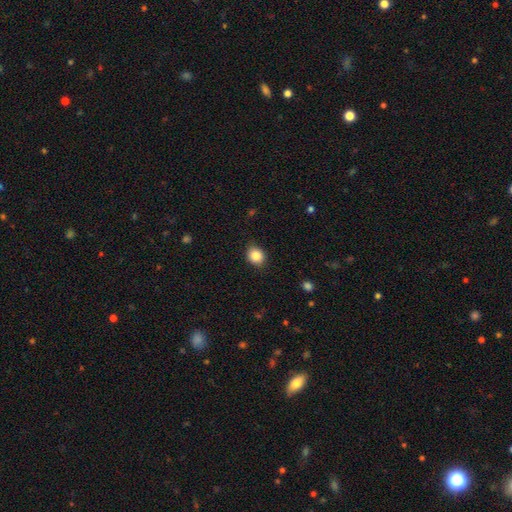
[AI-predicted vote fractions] This is clearly a smooth galaxy (86%). How rounded: likely round (68%). Merging: clearly none (86%).